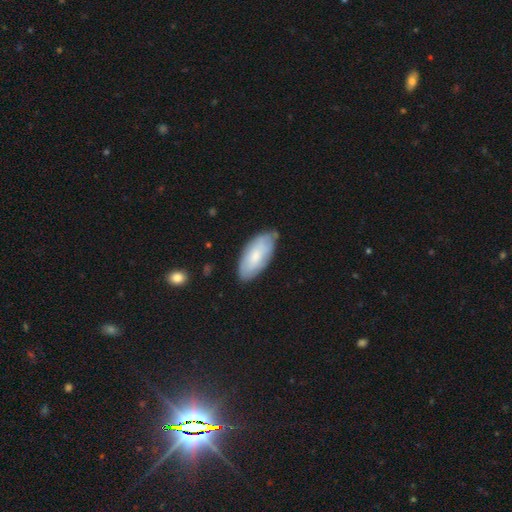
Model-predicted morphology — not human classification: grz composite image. It shows a smooth galaxy with no disk features (67%) that is in between round and cigar-shaped (92%). Merging: none (75%).